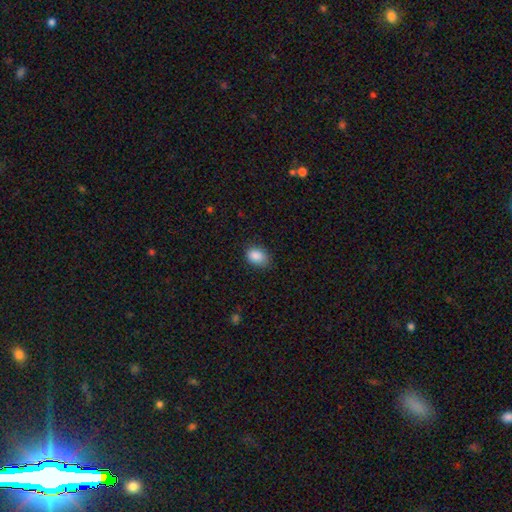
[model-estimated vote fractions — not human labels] Smooth or featured? Predicted: smooth (p=0.88). How rounded? Predicted: in between (p=0.75). Merging? Predicted: none (p=0.78).